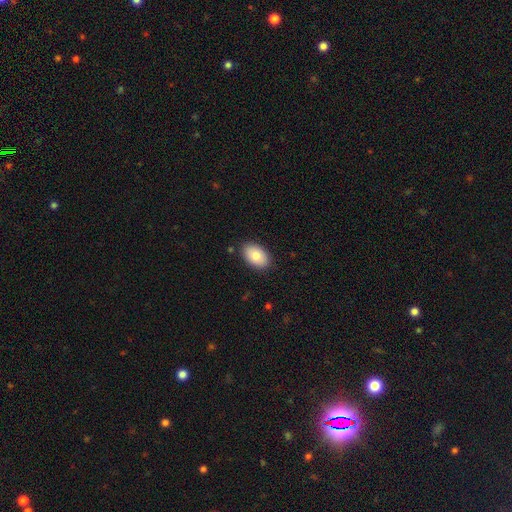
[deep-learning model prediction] Morphology: type=smooth (81%); roundness=in between (91%); merging=none (87%).